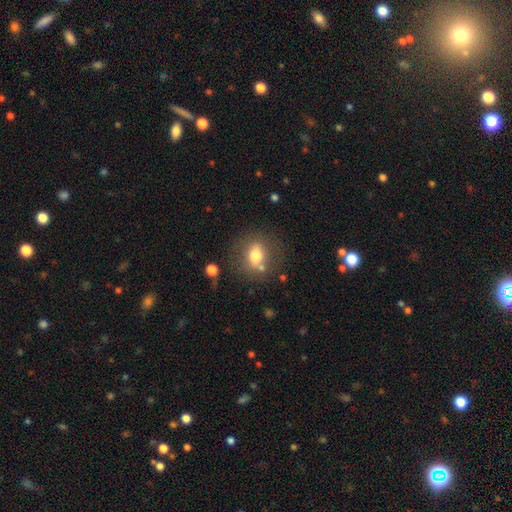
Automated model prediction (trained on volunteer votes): smooth_or_featured: smooth (p=0.68) [alt: featured or disk p=0.22]
how_rounded: round (p=0.51) [alt: in between p=0.47]
merging: none (p=0.70) [alt: minor disturbance p=0.15]